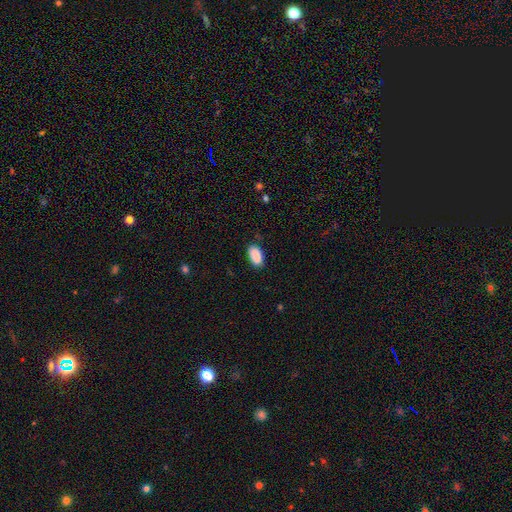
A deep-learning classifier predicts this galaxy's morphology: Q: Smooth or featured?
A: smooth (90%); runner-up: star or artifact (7%)
Q: How rounded?
A: in between (94%); runner-up: round (3%)
Q: Merging?
A: none (83%); runner-up: minor disturbance (13%)